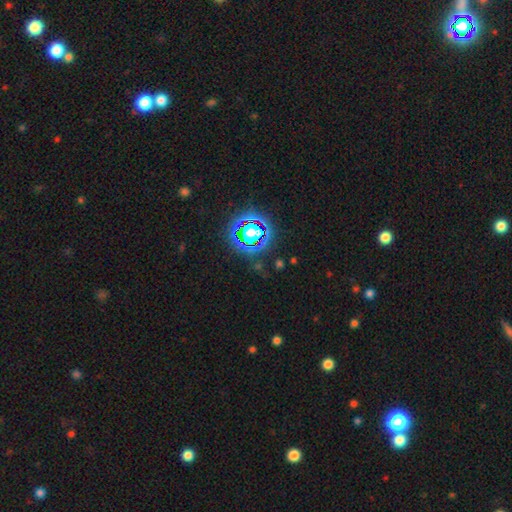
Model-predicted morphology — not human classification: This is likely a star or artifact rather than a galaxy (80%).